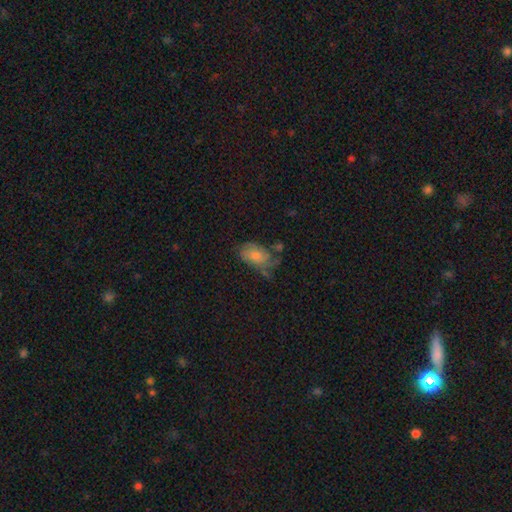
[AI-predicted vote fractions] Overall: smooth (54%; featured or disk 35%). How rounded: in between (88%). Merging: none (40%; minor disturbance 32%).